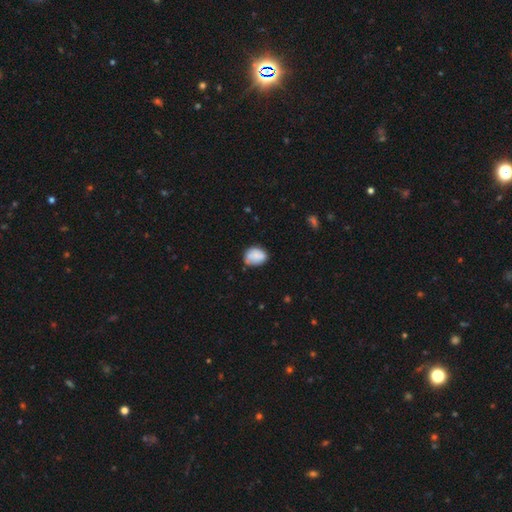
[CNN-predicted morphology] Smooth or featured? Predicted: smooth (p=0.79). How rounded? Predicted: in between (p=0.60). Merging? Predicted: none (p=0.61).